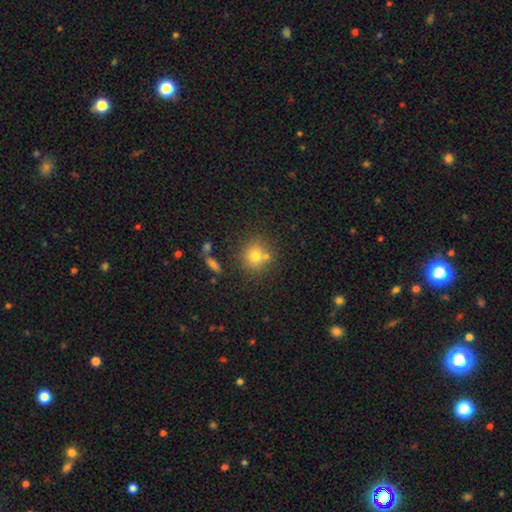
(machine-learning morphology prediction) Smooth or featured? smooth (75%)
How rounded? round (87%)
Merging? none (67%)